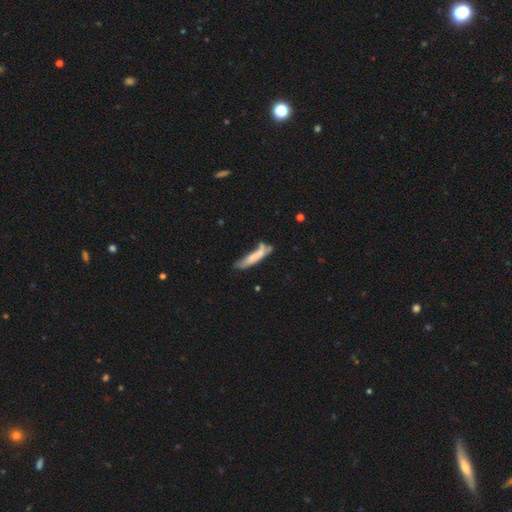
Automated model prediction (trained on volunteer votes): Morphology: type=smooth (67%); roundness=cigar-shaped (84%); merging=none (44%).